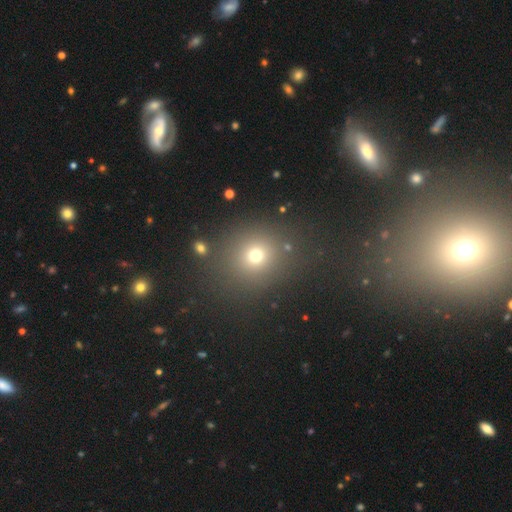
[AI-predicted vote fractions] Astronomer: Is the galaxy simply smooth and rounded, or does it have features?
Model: smooth — 70%.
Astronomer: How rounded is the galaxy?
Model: round — 78%.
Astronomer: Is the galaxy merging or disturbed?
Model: none — 80%.